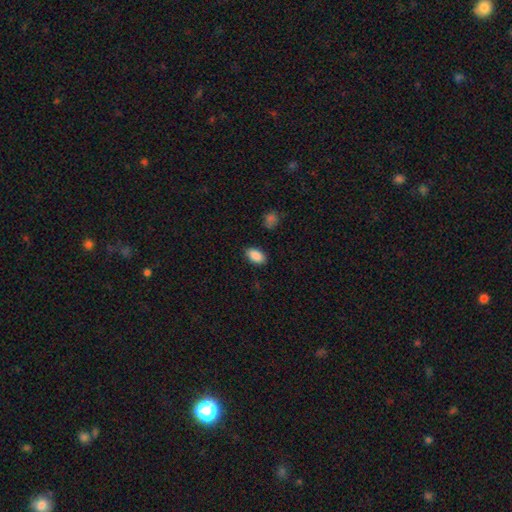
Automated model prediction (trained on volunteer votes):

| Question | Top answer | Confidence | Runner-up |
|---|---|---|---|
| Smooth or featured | smooth | 89% | star or artifact (8%) |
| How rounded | in between | 91% | round (7%) |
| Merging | none | 85% | minor disturbance (11%) |